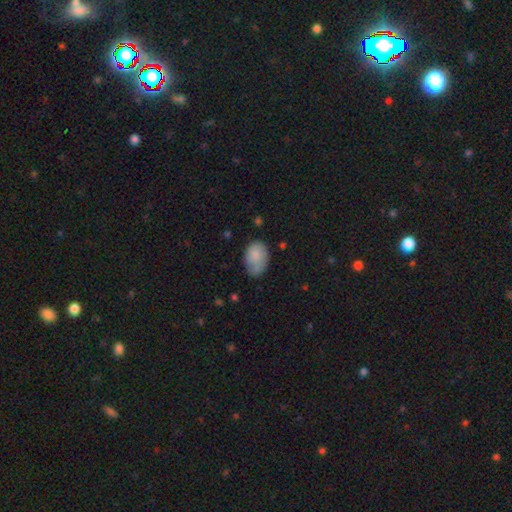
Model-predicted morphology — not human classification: Smooth or featured: smooth — 76% (featured or disk — 17%)
How rounded: in between — 83% (round — 16%)
Merging: none — 50% (minor disturbance — 32%)